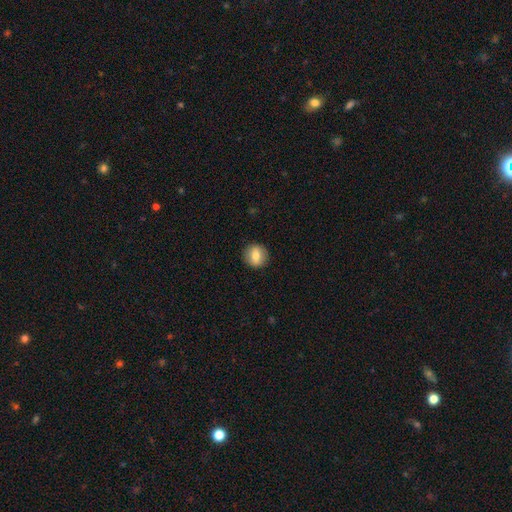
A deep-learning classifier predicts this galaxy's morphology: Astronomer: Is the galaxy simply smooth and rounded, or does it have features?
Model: smooth — 72%.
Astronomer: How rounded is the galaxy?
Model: round — 87%.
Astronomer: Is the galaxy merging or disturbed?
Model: none — 90%.